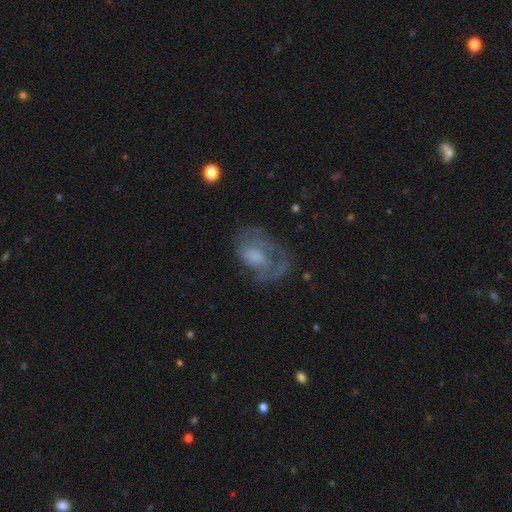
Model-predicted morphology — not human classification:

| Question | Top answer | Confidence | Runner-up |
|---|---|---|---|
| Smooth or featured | featured or disk | 58% | smooth (33%) |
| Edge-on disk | no | 96% | yes (4%) |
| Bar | no | 73% | weak (23%) |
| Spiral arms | yes | 62% | no (38%) |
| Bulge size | moderate | 33% | none (26%) |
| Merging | none | 46% | major disturbance (29%) |